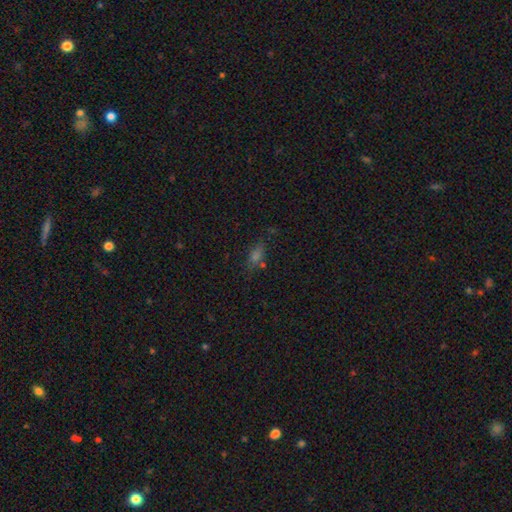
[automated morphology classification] smooth 55%, star or artifact 31%, featured or disk 14%. Down the decision tree: how rounded — in between (66%); merging — none (67%).